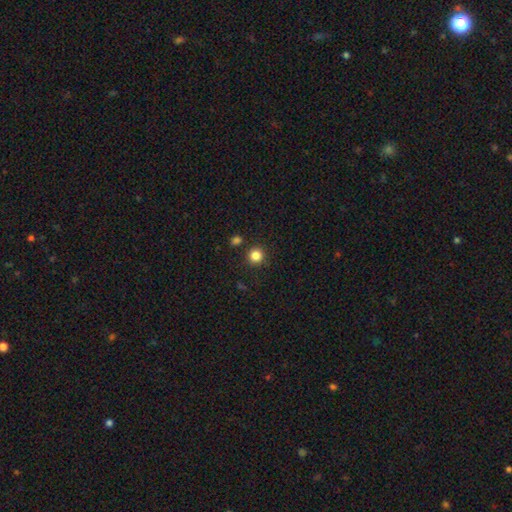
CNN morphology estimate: Q: Smooth or featured?
A: smooth (84%); runner-up: star or artifact (12%)
Q: How rounded?
A: round (93%); runner-up: in between (6%)
Q: Merging?
A: none (87%); runner-up: minor disturbance (6%)